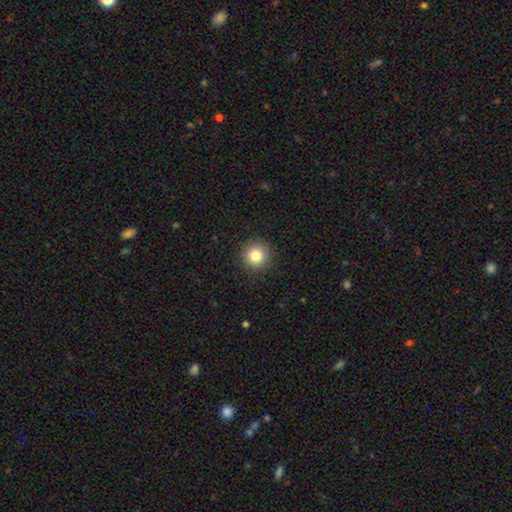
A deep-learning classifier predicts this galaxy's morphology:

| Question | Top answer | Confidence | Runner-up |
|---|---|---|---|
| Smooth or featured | smooth | 82% | star or artifact (11%) |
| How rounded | round | 95% | in between (4%) |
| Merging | none | 91% | minor disturbance (6%) |